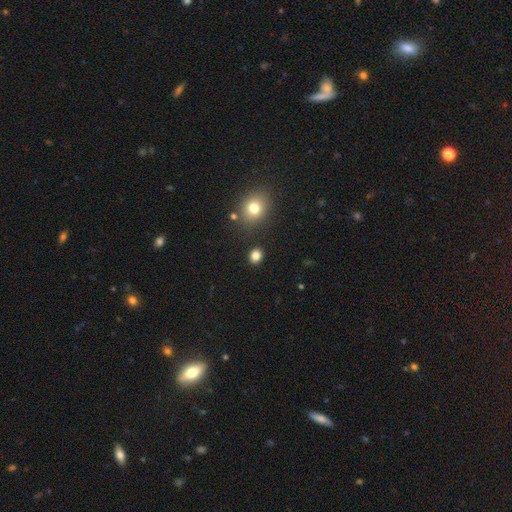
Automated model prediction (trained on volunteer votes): A smooth galaxy with no disk features (83%) that is round (65%).

Vote fractions:
- Smooth or featured? smooth: 83% / star or artifact: 13% / featured or disk: 4%
- How rounded? round: 65% / in between: 34% / cigar-shaped: 1%
- Merging? none: 87% / minor disturbance: 8% / merger: 3% / major disturbance: 2%